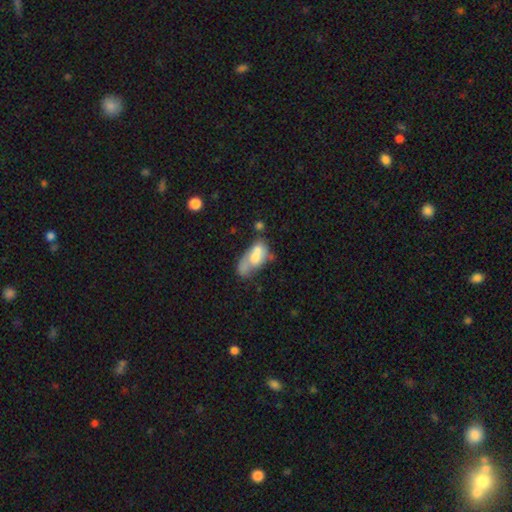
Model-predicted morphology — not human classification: Overall: smooth (58%; featured or disk 33%). How rounded: in between (86%). Merging: merger (43%; none 20%).